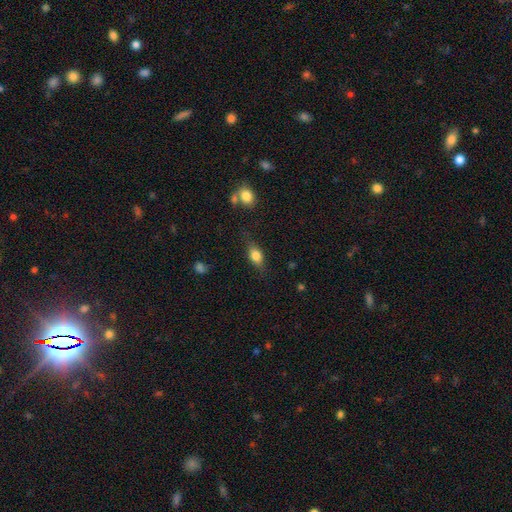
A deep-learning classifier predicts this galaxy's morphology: This appears to be a smooth galaxy with no disk features (75%) that is in between round and cigar-shaped (78%). Merging: none (74%).